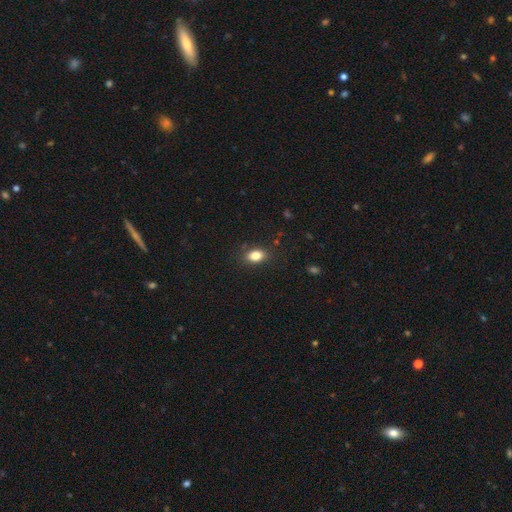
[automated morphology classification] type=smooth (83%); roundness=in between (81%); merging=none (84%).